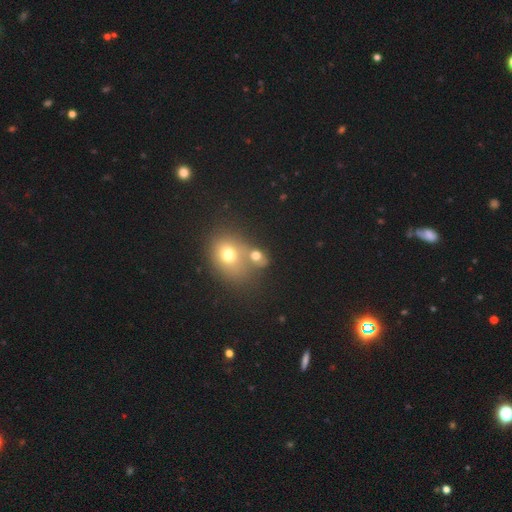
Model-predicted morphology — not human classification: Smooth or featured?
  - smooth: 68% *
  - star or artifact: 16%
  - featured or disk: 16%
How rounded?
  - round: 55% *
  - in between: 44%
  - cigar-shaped: 1%
Merging?
  - merger: 46% *
  - none: 36%
  - minor disturbance: 10%
  - major disturbance: 8%